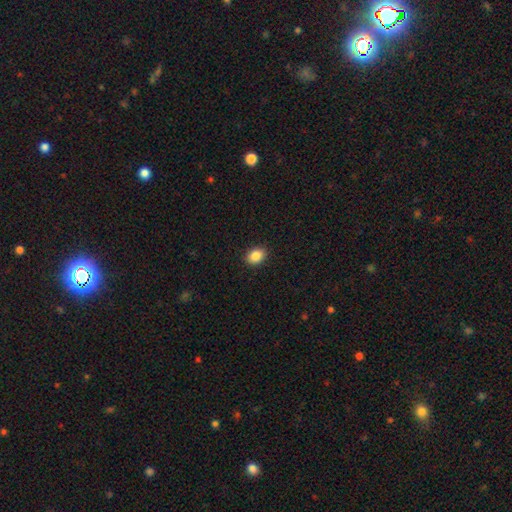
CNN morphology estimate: type=smooth (87%); roundness=in between (64%); merging=none (91%).